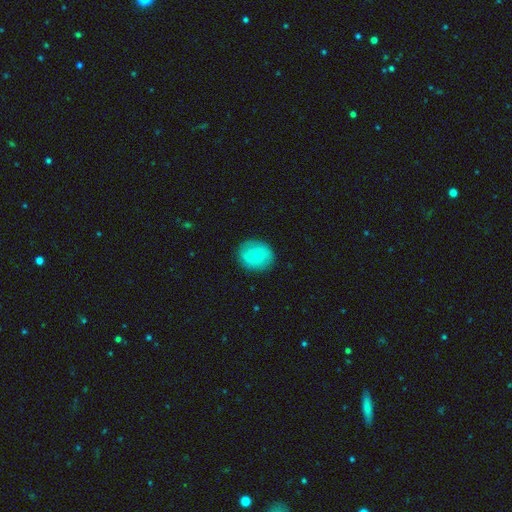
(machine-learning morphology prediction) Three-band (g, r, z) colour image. It shows a smooth galaxy with no disk features (50%). Merging: none (85%).